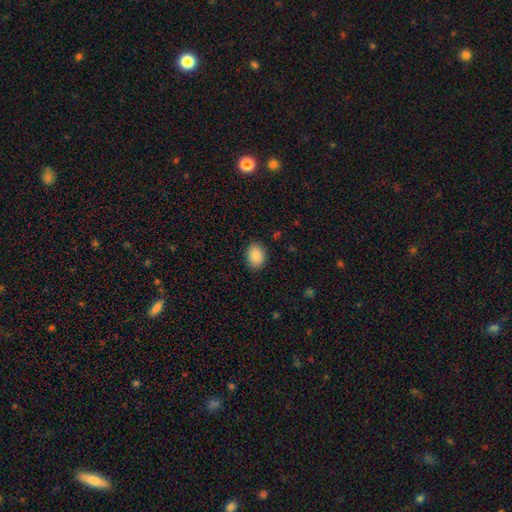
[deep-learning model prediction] smooth_or_featured: smooth (p=0.89) [alt: star or artifact p=0.07]
how_rounded: in between (p=0.71) [alt: round p=0.28]
merging: none (p=0.87) [alt: minor disturbance p=0.10]